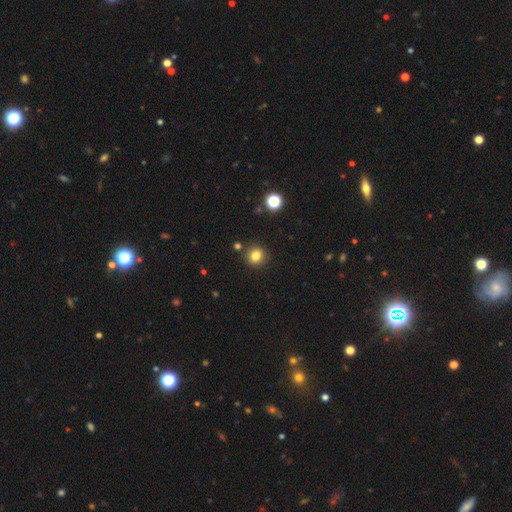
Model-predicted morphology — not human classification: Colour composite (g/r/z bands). It shows a smooth galaxy with no disk features (81%) that is round (89%). Merging: none (87%).